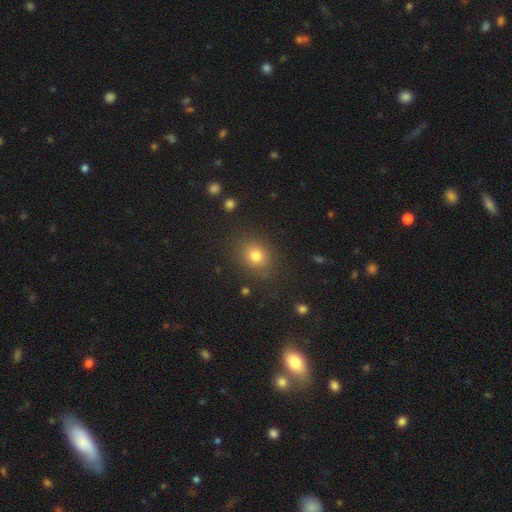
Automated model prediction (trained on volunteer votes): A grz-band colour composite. It shows a smooth galaxy with no disk features (78%) that is round (60%). Merging: none (84%).